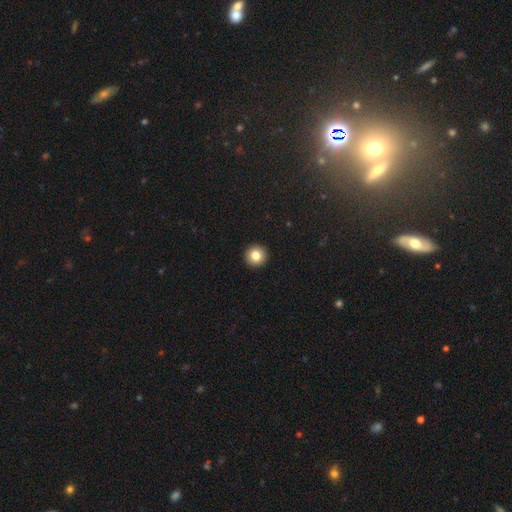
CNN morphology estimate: A smooth galaxy with no disk features (82%) that is round (96%).

Vote fractions:
- Smooth or featured? smooth: 82% / star or artifact: 10% / featured or disk: 8%
- How rounded? round: 96% / in between: 3% / cigar-shaped: 1%
- Merging? none: 94% / minor disturbance: 4% / major disturbance: 1% / merger: 1%